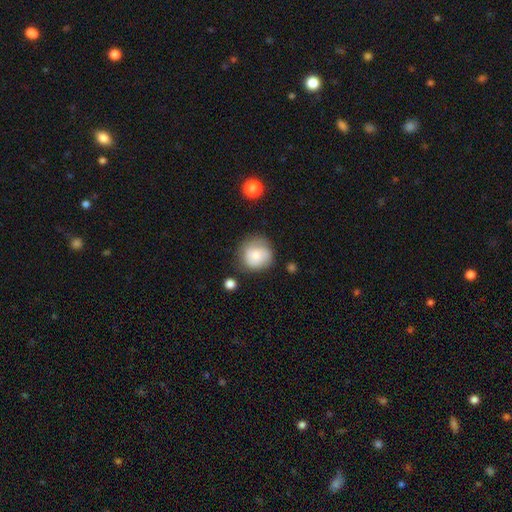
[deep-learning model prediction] Smooth or featured? smooth (67%)
How rounded? round (87%)
Merging? none (67%)